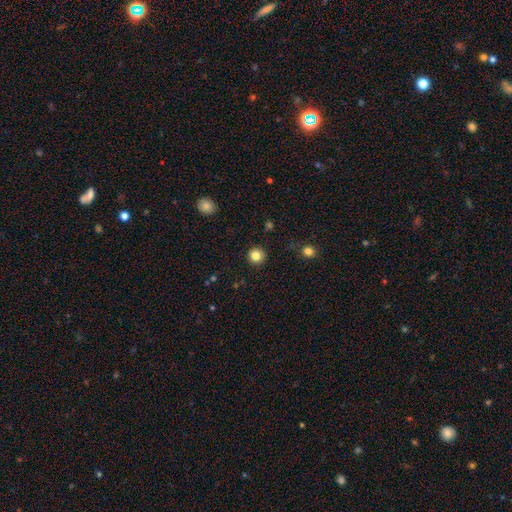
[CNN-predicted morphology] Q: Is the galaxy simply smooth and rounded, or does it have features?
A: smooth — 84%.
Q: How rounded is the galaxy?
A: round — 94%.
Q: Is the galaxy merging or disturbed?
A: none — 91%.